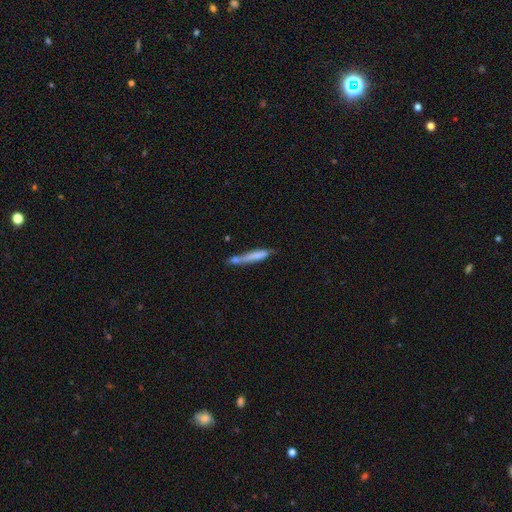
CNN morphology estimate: Smooth or featured? Predicted: smooth (p=0.63). How rounded? Predicted: cigar-shaped (p=0.89). Merging? Predicted: none (p=0.41).